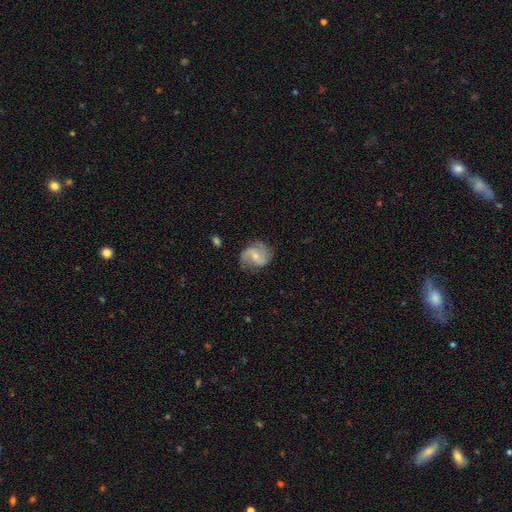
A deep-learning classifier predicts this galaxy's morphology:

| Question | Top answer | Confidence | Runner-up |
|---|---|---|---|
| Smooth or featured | featured or disk | 74% | smooth (20%) |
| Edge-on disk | no | 98% | yes (2%) |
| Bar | weak | 47% | no (38%) |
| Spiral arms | yes | 93% | no (7%) |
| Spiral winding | medium | 45% | loose (36%) |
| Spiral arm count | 2 | 86% | can't tell (7%) |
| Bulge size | small | 58% | moderate (36%) |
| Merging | none | 73% | minor disturbance (19%) |